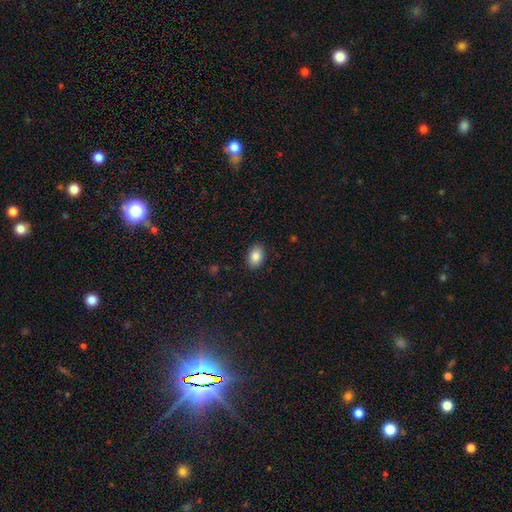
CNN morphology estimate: This is clearly a smooth galaxy (87%). How rounded: clearly in between (81%). Merging: clearly none (88%).